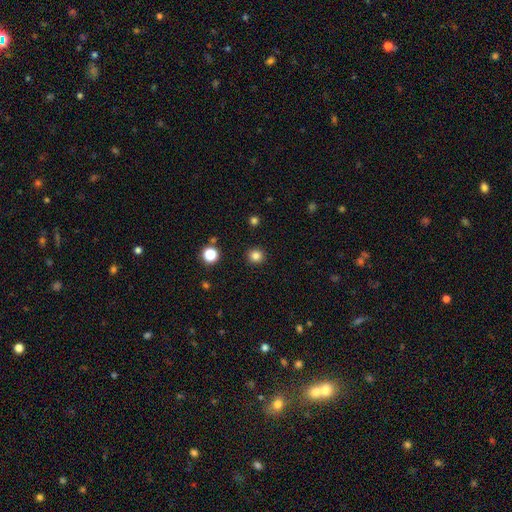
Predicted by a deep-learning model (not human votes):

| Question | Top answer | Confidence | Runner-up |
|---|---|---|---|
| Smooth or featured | smooth | 83% | star or artifact (13%) |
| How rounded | round | 93% | in between (6%) |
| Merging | none | 92% | minor disturbance (5%) |